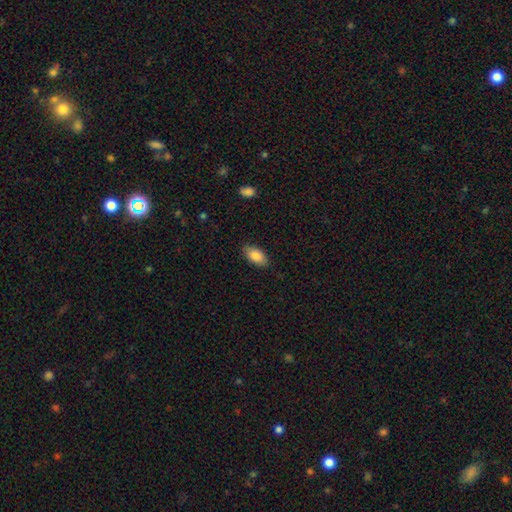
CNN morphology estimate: A smooth galaxy with no disk features (86%) that is in between round and cigar-shaped (93%).

Vote fractions:
- Smooth or featured? smooth: 86% / featured or disk: 8% / star or artifact: 7%
- How rounded? in between: 93% / round: 4% / cigar-shaped: 3%
- Merging? none: 84% / minor disturbance: 12% / major disturbance: 2% / merger: 1%